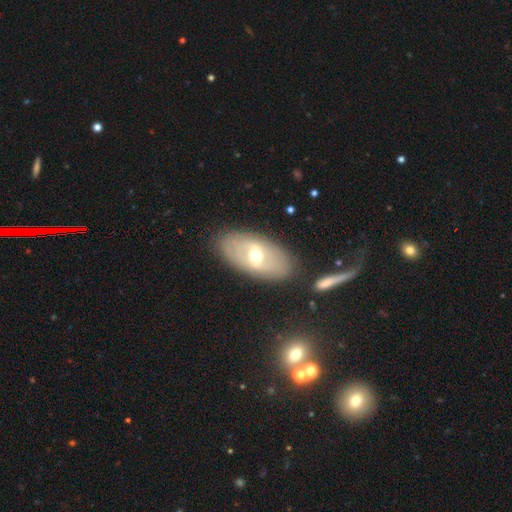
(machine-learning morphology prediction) featured or disk 59%, smooth 35%, star or artifact 6%. Down the decision tree: edge-on disk — no (87%); bar — no (41%); spiral arms — no (69%); bulge size — moderate (74%); merging — none (82%).